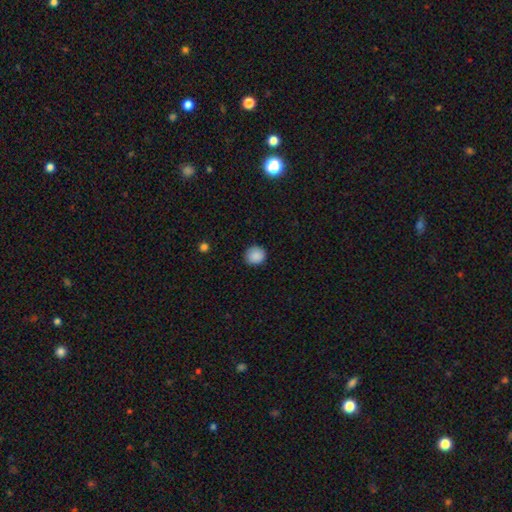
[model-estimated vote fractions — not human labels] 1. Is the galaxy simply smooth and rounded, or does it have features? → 88% smooth, 9% star or artifact, 3% featured or disk.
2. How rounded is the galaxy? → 87% round, 12% in between, 1% cigar-shaped.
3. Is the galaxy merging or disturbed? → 89% none, 8% minor disturbance, 2% major disturbance, 1% merger.